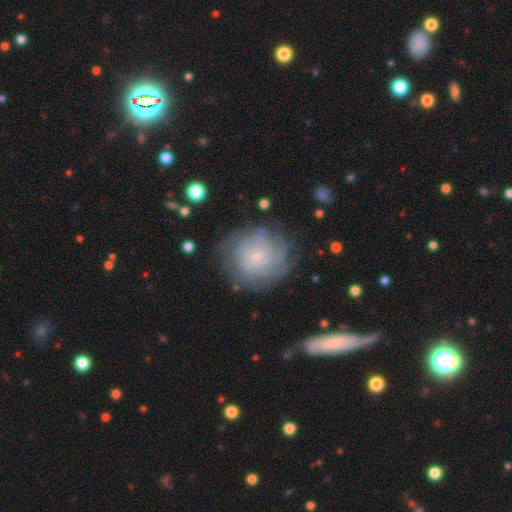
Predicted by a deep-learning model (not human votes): A featured or disk galaxy (65%) with no bar (83%), tight (75%) spiral arms (86%) and a small central bulge (86%).

Vote fractions:
- Smooth or featured? featured or disk: 65% / smooth: 26% / star or artifact: 9%
- Edge-on disk? no: 97% / yes: 3%
- Bar? no: 83% / weak: 14% / strong: 3%
- Spiral arms? yes: 86% / no: 14%
- Spiral winding? tight: 75% / medium: 18% / loose: 7%
- Spiral arm count? can't tell: 52% / 4: 13% / 3: 10% / 2: 10% / more than 4: 10% / 1: 5%
- Bulge size? small: 86% / moderate: 8% / none: 3% / large: 1% / dominant: 1%
- Merging? none: 74% / minor disturbance: 16% / major disturbance: 8% / merger: 2%